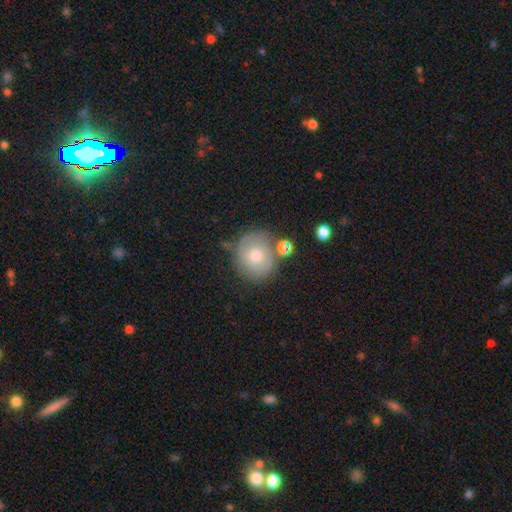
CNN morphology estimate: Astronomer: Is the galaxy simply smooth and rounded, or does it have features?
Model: smooth — 50% (runner-up: featured or disk, 41%).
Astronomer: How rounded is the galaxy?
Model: round — 80%.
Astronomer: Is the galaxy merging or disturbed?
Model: none — 68%.